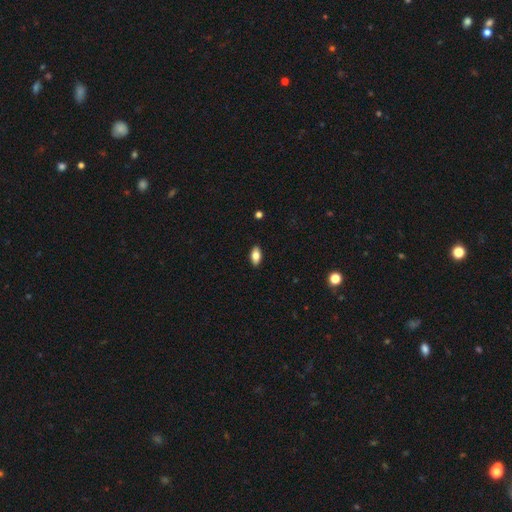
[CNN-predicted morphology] Smooth or featured? smooth (79%)
How rounded? in between (90%)
Merging? none (89%)